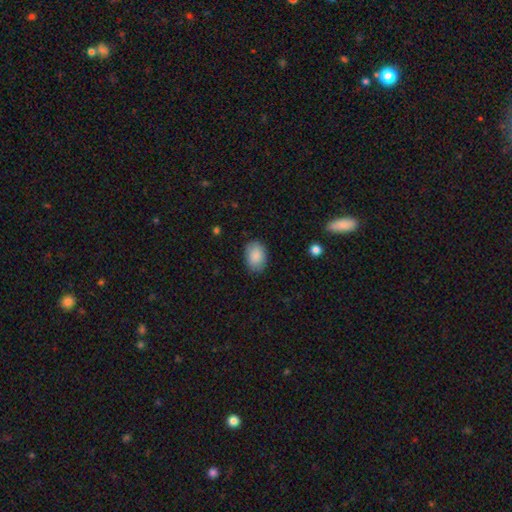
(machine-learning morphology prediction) This is clearly a smooth galaxy (88%). How rounded: clearly in between (82%). Merging: clearly none (84%).